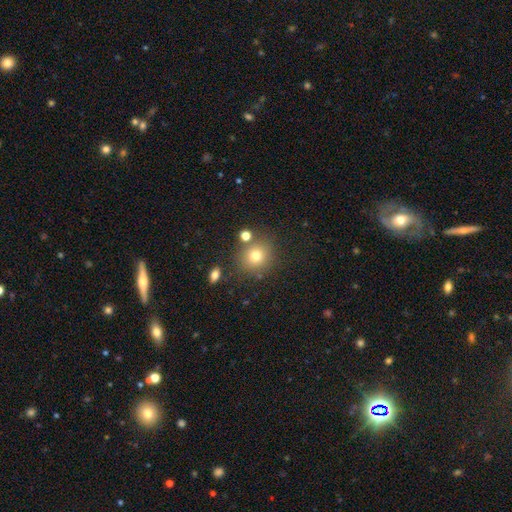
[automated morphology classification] smooth_or_featured: smooth (p=0.75) [alt: star or artifact p=0.14]
how_rounded: round (p=0.87) [alt: in between p=0.13]
merging: none (p=0.78) [alt: minor disturbance p=0.10]